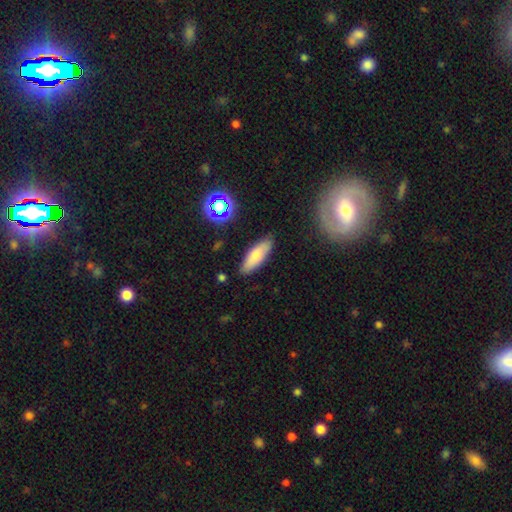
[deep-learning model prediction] This is likely a smooth galaxy (74%). How rounded: likely in between (60%). Merging: clearly none (84%).